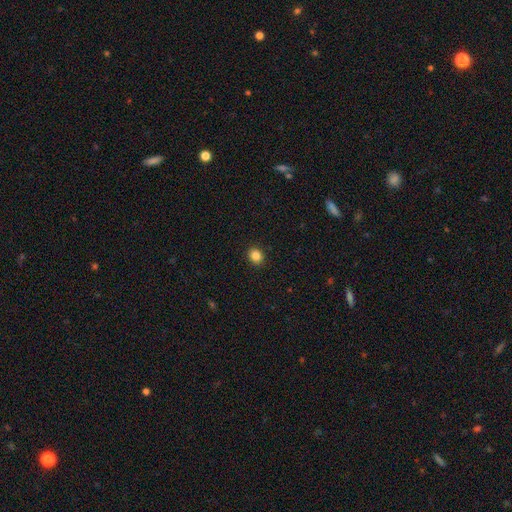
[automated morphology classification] smooth-or-featured: smooth: 85% | star or artifact: 11% | featured or disk: 4%
  how-rounded: round: 72% | in between: 27% | cigar-shaped: 1%
  merging: none: 92% | minor disturbance: 6% | major disturbance: 2% | merger: 1%